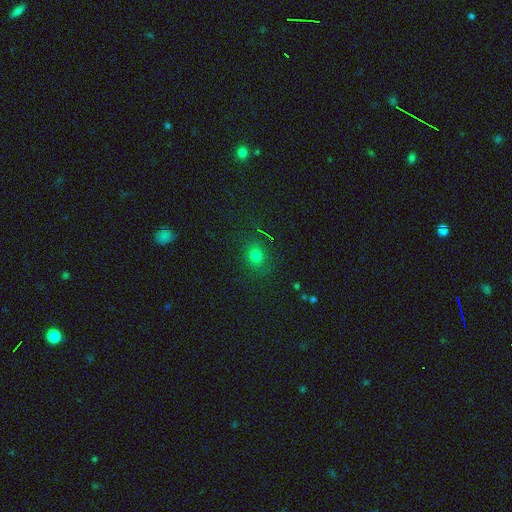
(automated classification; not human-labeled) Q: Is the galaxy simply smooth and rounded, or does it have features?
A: smooth — 73%.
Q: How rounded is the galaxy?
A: round — 65%.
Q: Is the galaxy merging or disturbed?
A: none — 82%.